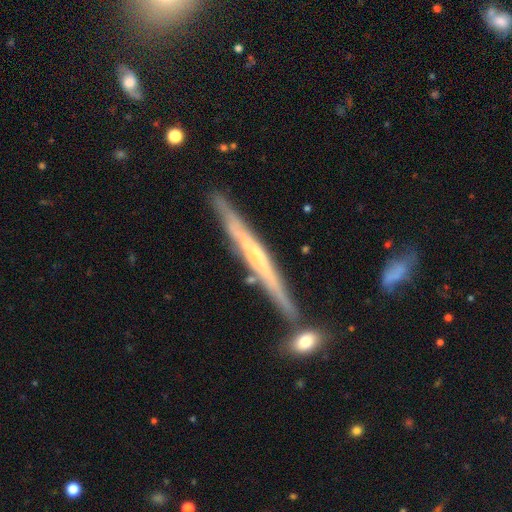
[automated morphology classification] Smooth or featured? Predicted: featured or disk (p=0.70). Edge-on disk? Predicted: yes (p=0.95). Edge-on bulge? Predicted: none (p=0.63). Merging? Predicted: none (p=0.81).